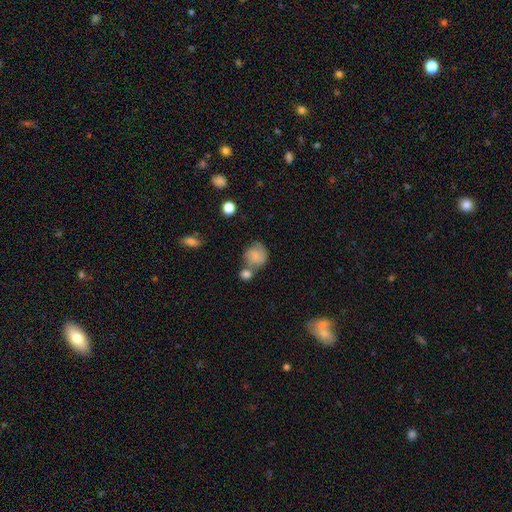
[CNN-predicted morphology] A smooth galaxy with no disk features (71%) that is round (76%). Merging: none (41%).